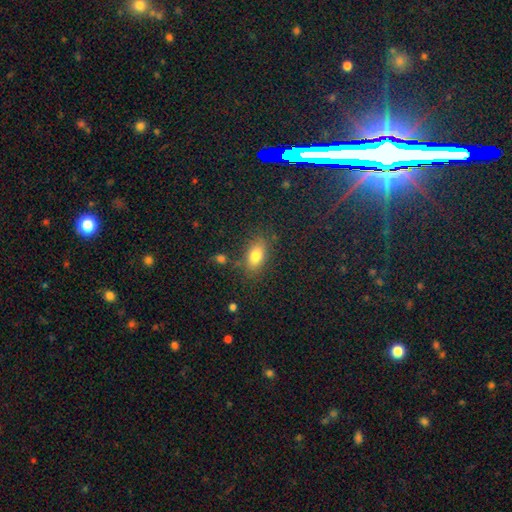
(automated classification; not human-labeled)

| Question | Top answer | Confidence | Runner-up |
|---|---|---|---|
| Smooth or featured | smooth | 80% | star or artifact (10%) |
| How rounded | in between | 85% | round (10%) |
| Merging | none | 80% | minor disturbance (13%) |